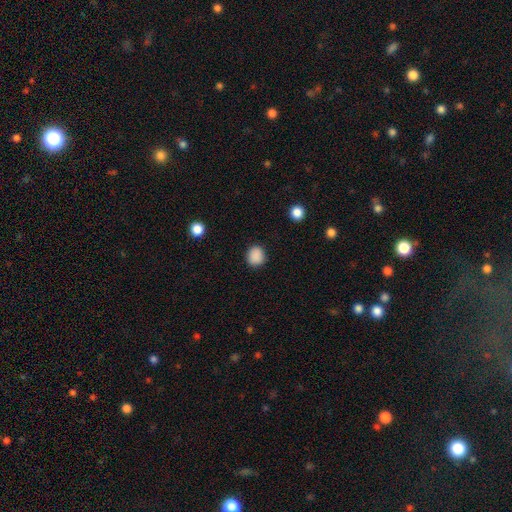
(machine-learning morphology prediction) smooth-or-featured: smooth: 88% | star or artifact: 9% | featured or disk: 2%
  how-rounded: round: 83% | in between: 16% | cigar-shaped: 1%
  merging: none: 89% | minor disturbance: 7% | major disturbance: 2% | merger: 1%